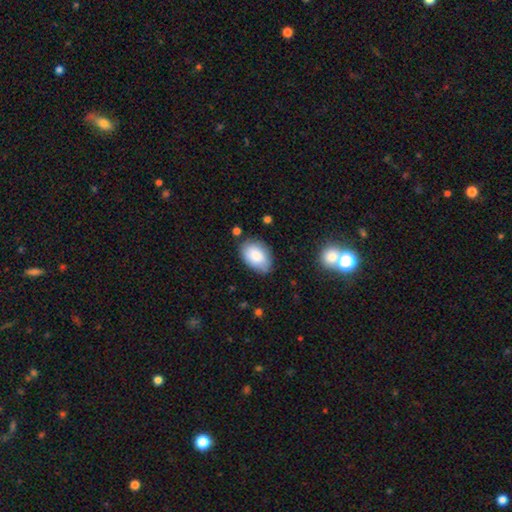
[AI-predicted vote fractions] This appears to be a smooth galaxy with no disk features (83%) that is in between round and cigar-shaped (88%). Merging: none (73%).